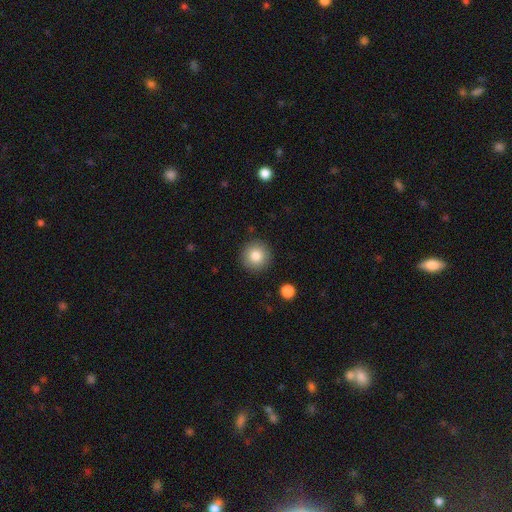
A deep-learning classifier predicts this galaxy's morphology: smooth 82%, star or artifact 10%, featured or disk 8%. Down the decision tree: how rounded — round (95%); merging — none (90%).